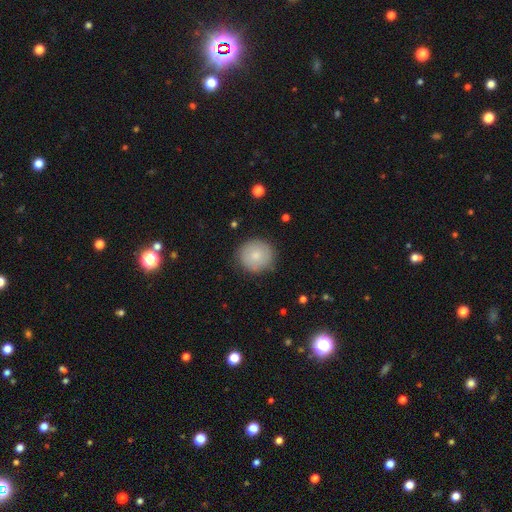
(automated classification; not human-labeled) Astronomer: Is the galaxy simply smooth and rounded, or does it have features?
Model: smooth — 79%.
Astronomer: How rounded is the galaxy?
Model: round — 92%.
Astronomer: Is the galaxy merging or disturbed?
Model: none — 86%.